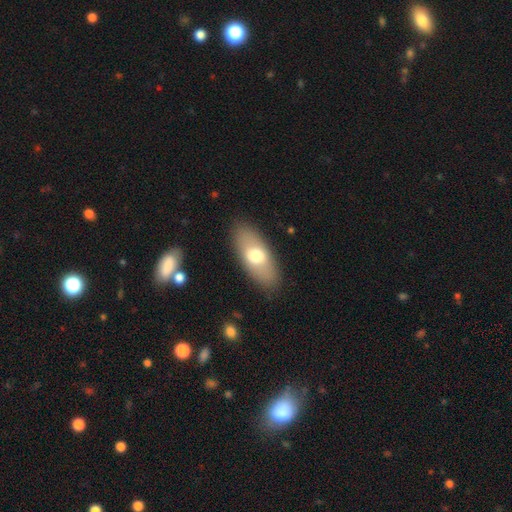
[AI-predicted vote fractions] Smooth or featured? smooth (66%)
How rounded? in between (86%)
Merging? none (86%)